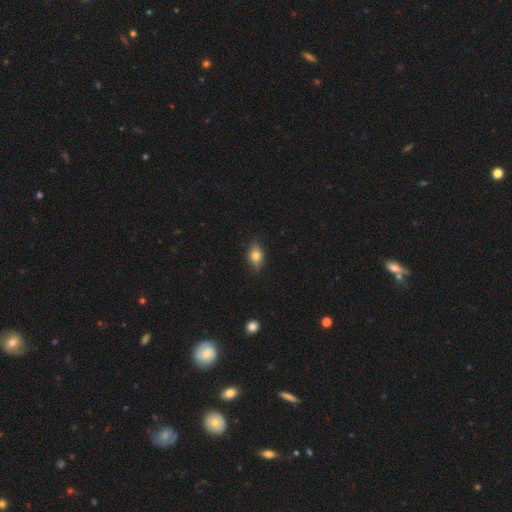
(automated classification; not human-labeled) The model was most divided on "smooth or featured": smooth: 71%, featured or disk: 21%, star or artifact: 9%. More confident: merging — none (80%); how rounded — in between (79%).